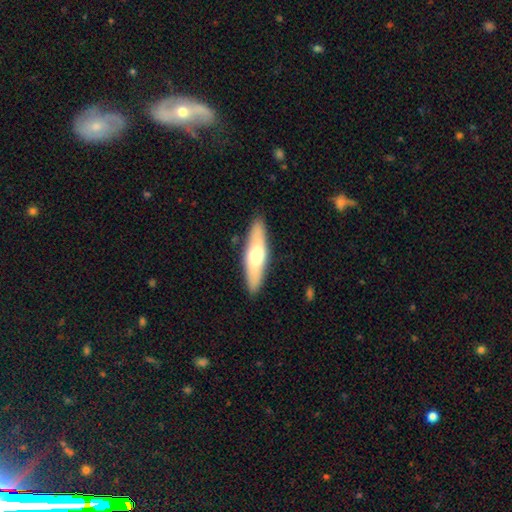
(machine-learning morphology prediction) Smooth or featured: smooth — 53% (featured or disk — 42%)
How rounded: cigar-shaped — 66% (in between — 32%)
Merging: none — 89% (minor disturbance — 8%)